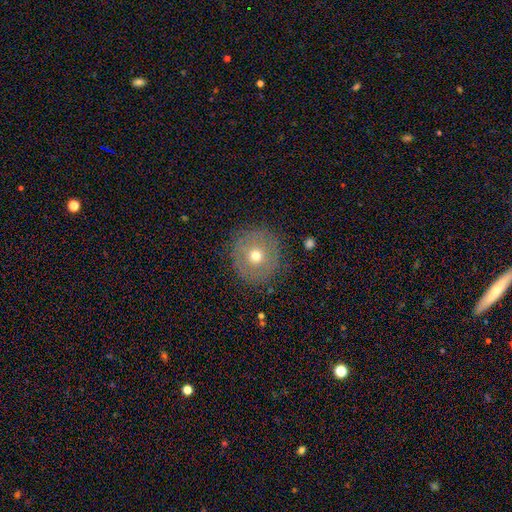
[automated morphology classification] type=smooth (60%); roundness=round (93%); merging=none (84%).